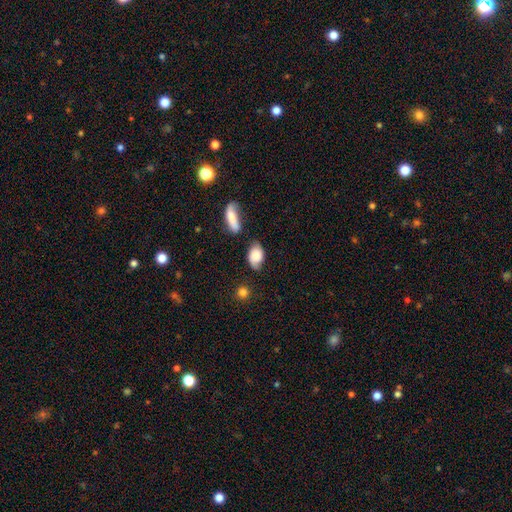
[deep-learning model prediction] Overall: smooth (69%). How rounded: in between (86%). Merging: none (56%; minor disturbance 27%).